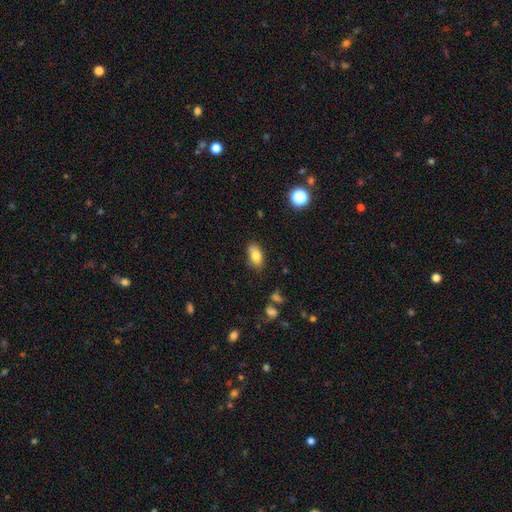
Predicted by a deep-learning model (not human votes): Smooth or featured? Predicted: smooth (p=0.80). How rounded? Predicted: in between (p=0.88). Merging? Predicted: none (p=0.72).